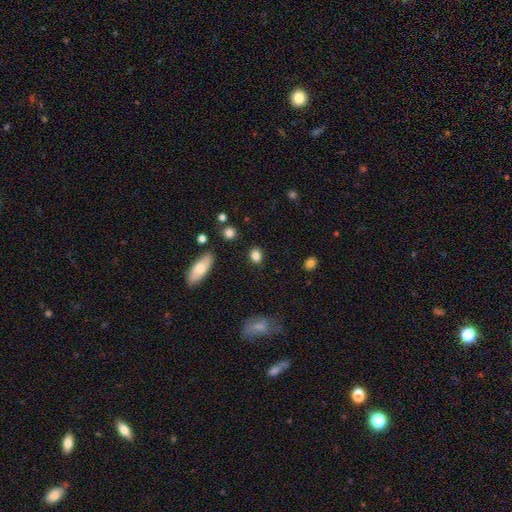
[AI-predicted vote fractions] Smooth or featured? smooth (84%)
How rounded? round (52%)
Merging? none (86%)